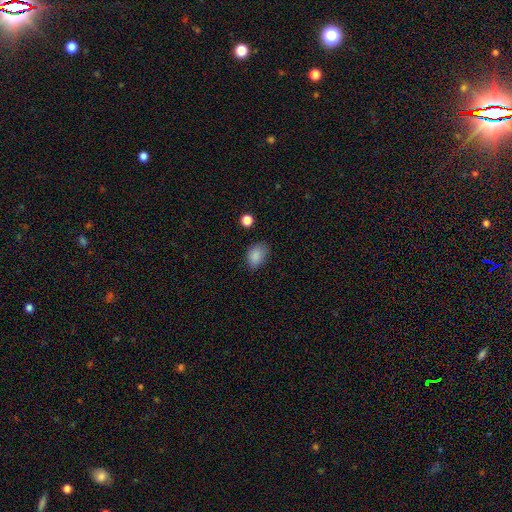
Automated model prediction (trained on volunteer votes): Smooth or featured: smooth — 86% (star or artifact — 10%)
How rounded: in between — 78% (round — 20%)
Merging: none — 74% (minor disturbance — 20%)